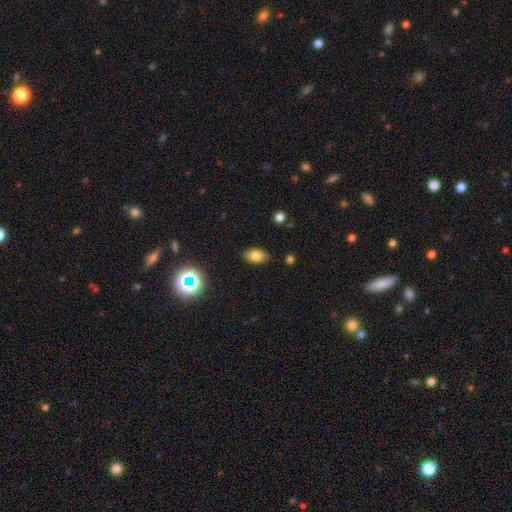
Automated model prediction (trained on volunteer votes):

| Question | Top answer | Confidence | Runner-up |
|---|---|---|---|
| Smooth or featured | smooth | 77% | star or artifact (12%) |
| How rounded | in between | 88% | round (10%) |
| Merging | none | 86% | minor disturbance (11%) |